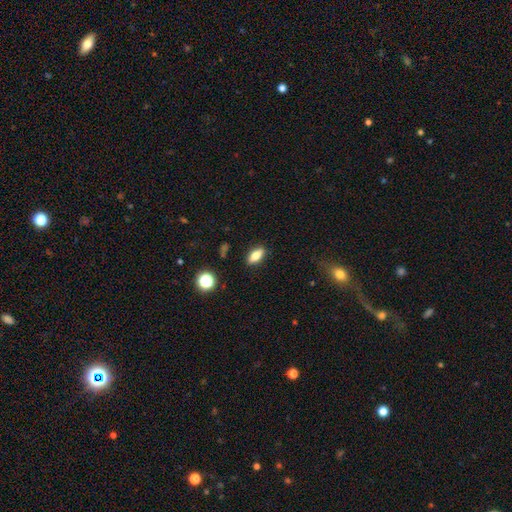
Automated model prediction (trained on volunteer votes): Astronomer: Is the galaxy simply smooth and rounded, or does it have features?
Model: smooth — 75%.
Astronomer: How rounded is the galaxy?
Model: in between — 78%.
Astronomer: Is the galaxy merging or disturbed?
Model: none — 87%.